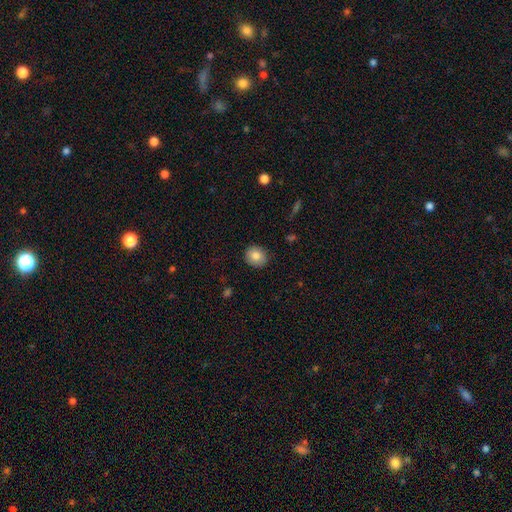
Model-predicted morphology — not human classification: Q: Smooth or featured?
A: smooth (84%); runner-up: star or artifact (9%)
Q: How rounded?
A: round (80%); runner-up: in between (19%)
Q: Merging?
A: none (90%); runner-up: minor disturbance (7%)